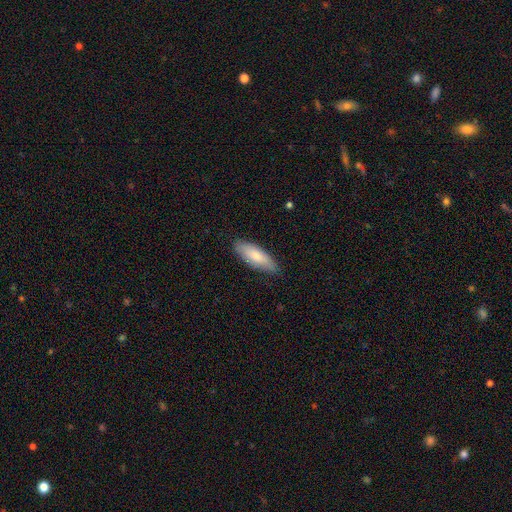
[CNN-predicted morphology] A smooth galaxy with no disk features (79%) that is in between round and cigar-shaped (63%).

Vote fractions:
- Smooth or featured? smooth: 79% / featured or disk: 16% / star or artifact: 5%
- How rounded? in between: 63% / cigar-shaped: 36% / round: 2%
- Merging? none: 81% / minor disturbance: 15% / major disturbance: 2% / merger: 1%